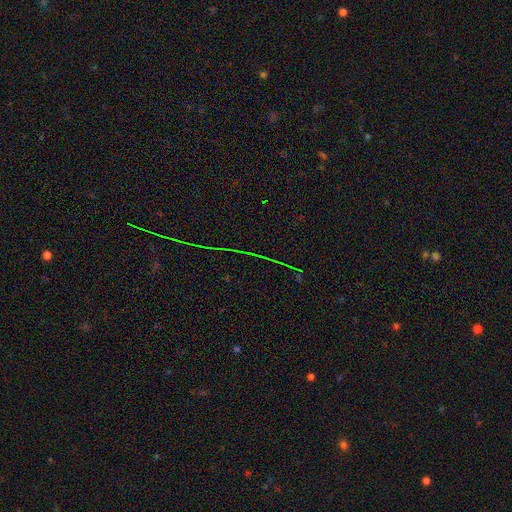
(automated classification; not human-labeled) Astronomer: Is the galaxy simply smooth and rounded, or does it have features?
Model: star or artifact — 80%.